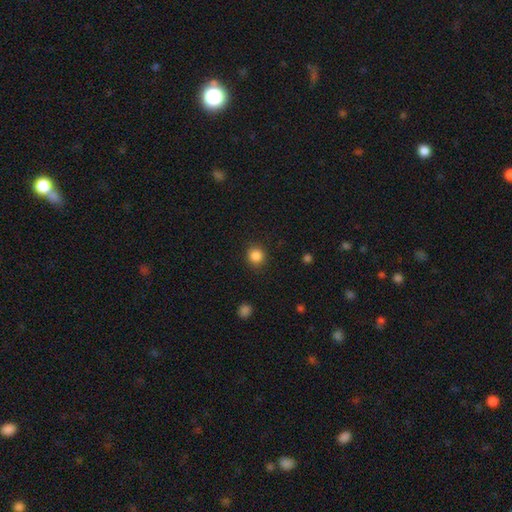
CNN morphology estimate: A smooth galaxy with no disk features (86%) that is round (90%). Merging: none (90%).